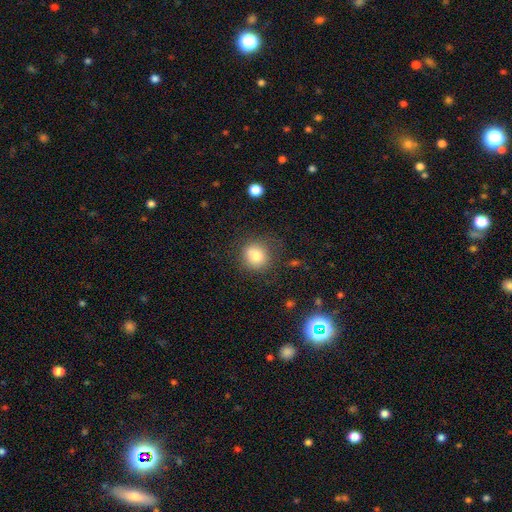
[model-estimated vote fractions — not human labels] smooth-or-featured: smooth: 79% | star or artifact: 11% | featured or disk: 10%
  how-rounded: round: 85% | in between: 14% | cigar-shaped: 1%
  merging: none: 77% | minor disturbance: 15% | major disturbance: 6% | merger: 2%